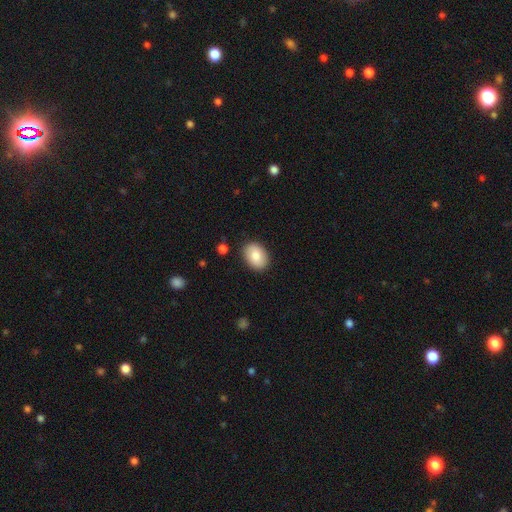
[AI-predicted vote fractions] Morphology: type=smooth (83%); roundness=in between (77%); merging=none (88%).